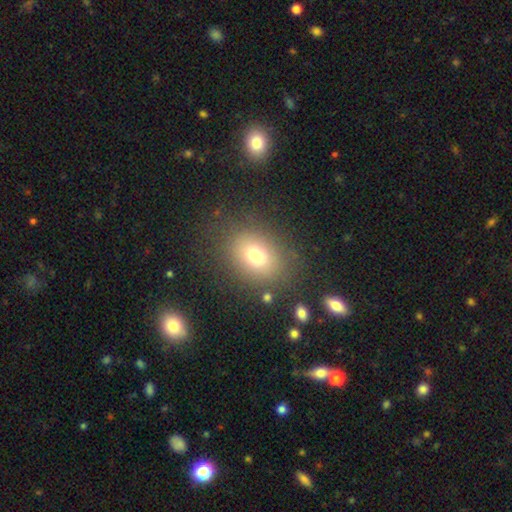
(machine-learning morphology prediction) Q: Smooth or featured?
A: smooth (74%); runner-up: star or artifact (13%)
Q: How rounded?
A: in between (62%); runner-up: round (37%)
Q: Merging?
A: none (80%); runner-up: minor disturbance (11%)